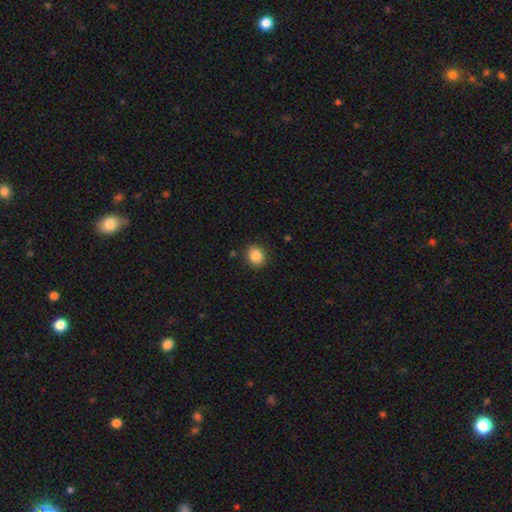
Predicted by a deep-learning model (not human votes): A smooth galaxy with no disk features (86%) that is round (73%). Merging: none (89%).